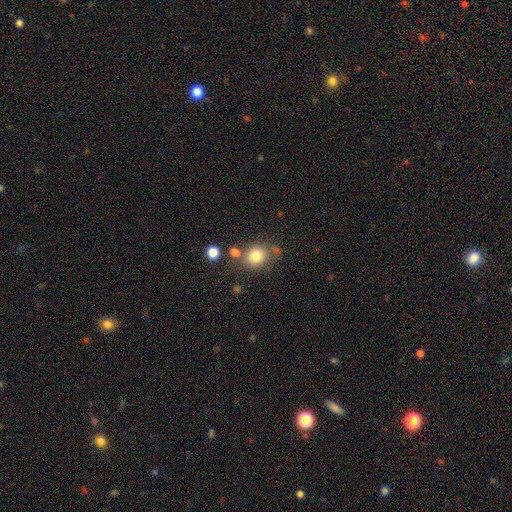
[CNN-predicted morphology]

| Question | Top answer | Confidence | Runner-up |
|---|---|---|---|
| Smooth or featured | smooth | 79% | star or artifact (12%) |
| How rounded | round | 79% | in between (20%) |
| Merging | none | 67% | minor disturbance (14%) |